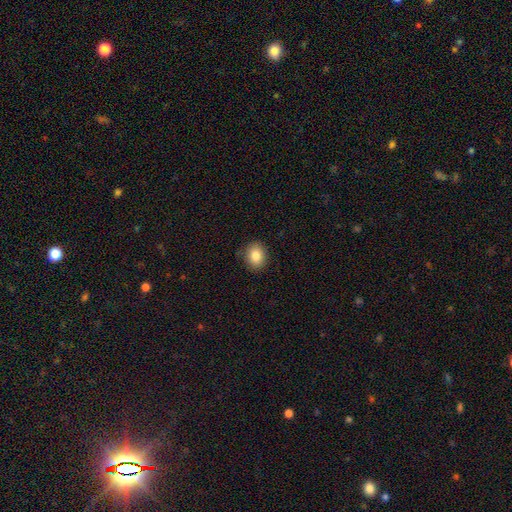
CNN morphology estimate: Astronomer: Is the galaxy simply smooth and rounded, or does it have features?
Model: smooth — 84%.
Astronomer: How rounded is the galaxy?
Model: round — 54% (runner-up: in between, 45%).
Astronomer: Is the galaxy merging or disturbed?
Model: none — 87%.